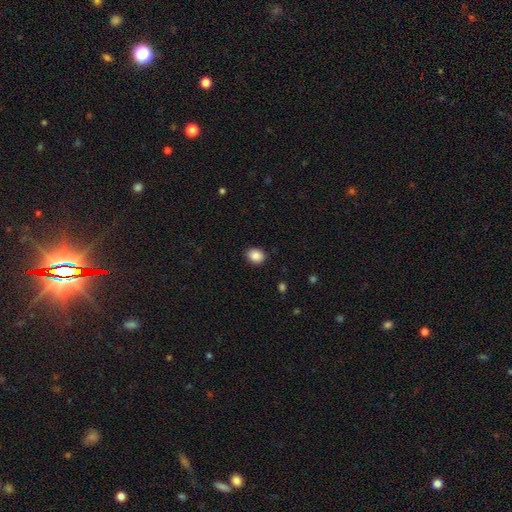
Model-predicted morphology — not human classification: A smooth galaxy with no disk features (88%) that is in between round and cigar-shaped (52%). Merging: none (89%).